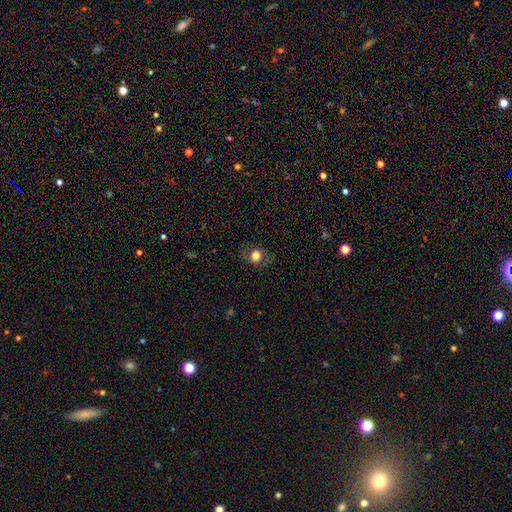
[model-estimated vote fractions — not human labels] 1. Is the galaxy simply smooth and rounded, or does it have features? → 72% smooth, 17% featured or disk, 11% star or artifact.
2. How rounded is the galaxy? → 71% round, 28% in between, 1% cigar-shaped.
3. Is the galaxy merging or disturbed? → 79% none, 14% minor disturbance, 6% major disturbance, 1% merger.